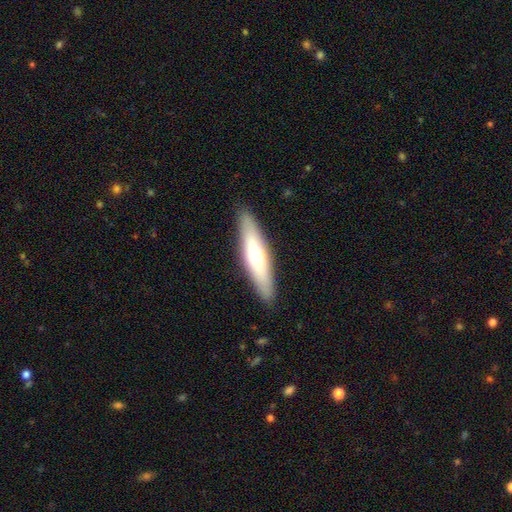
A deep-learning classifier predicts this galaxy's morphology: This appears to be a smooth galaxy with no disk features (55%) that is cigar-shaped (79%). Merging: none (90%).